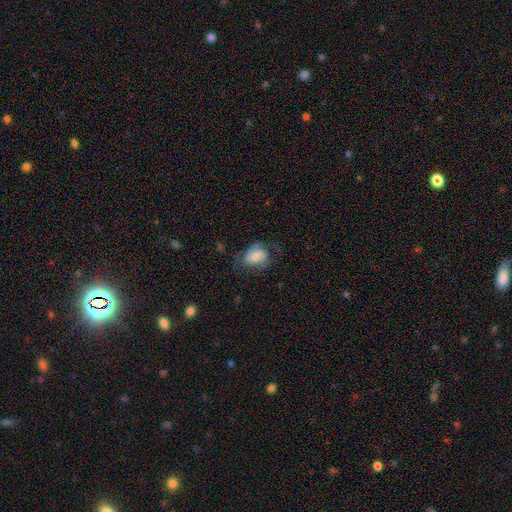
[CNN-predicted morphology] Q: Smooth or featured?
A: smooth (57%); runner-up: featured or disk (34%)
Q: How rounded?
A: in between (72%); runner-up: round (27%)
Q: Merging?
A: none (49%); runner-up: minor disturbance (28%)